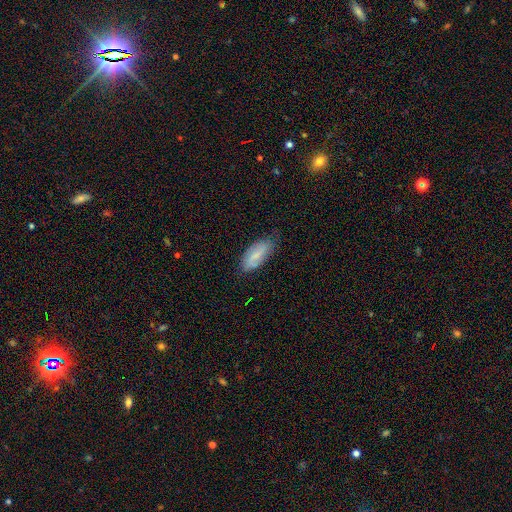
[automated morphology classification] Overall: smooth (56%; featured or disk 37%). How rounded: in between (82%). Merging: none (71%).